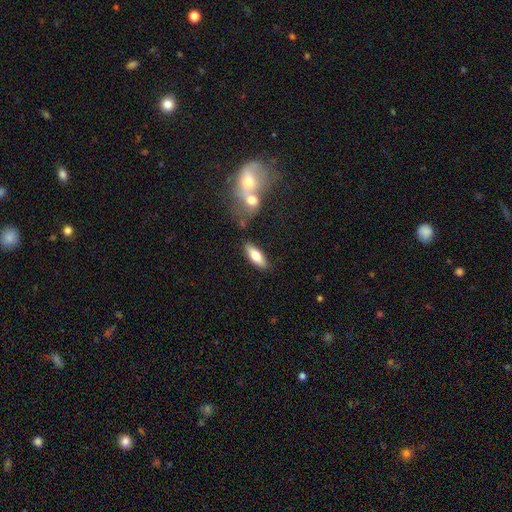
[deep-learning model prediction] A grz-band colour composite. It shows a smooth galaxy with no disk features (71%) that is in between round and cigar-shaped (69%). Merging: none (82%).